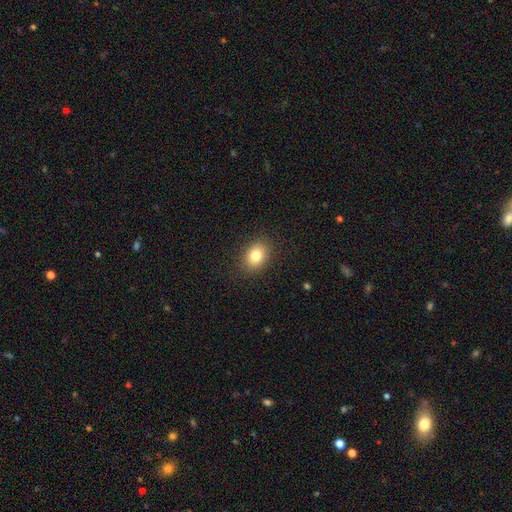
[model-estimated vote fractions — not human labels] This is clearly a smooth galaxy (81%). How rounded: likely in between (64%). Merging: clearly none (88%).